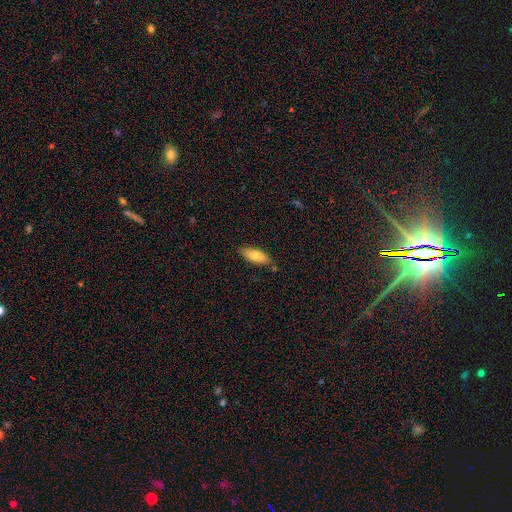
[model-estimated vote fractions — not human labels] This is likely a smooth galaxy (78%). How rounded: likely in between (76%). Merging: likely none (79%).